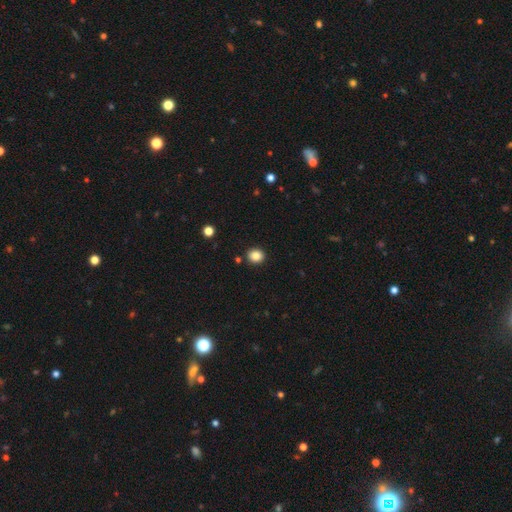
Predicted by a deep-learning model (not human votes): Smooth or featured?
  - smooth: 85% *
  - star or artifact: 10%
  - featured or disk: 5%
How rounded?
  - round: 76% *
  - in between: 23%
  - cigar-shaped: 1%
Merging?
  - none: 90% *
  - minor disturbance: 6%
  - merger: 2%
  - major disturbance: 2%